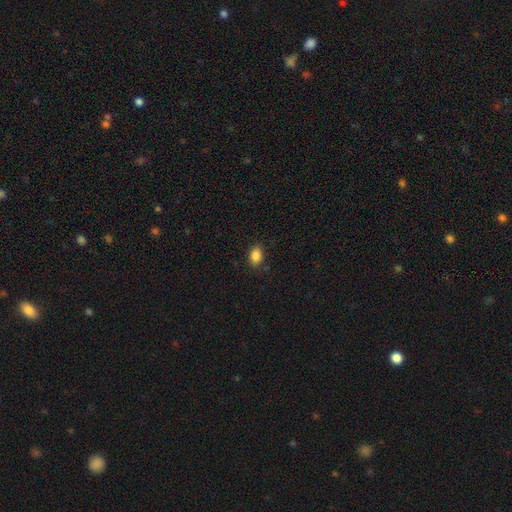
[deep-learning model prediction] Q: Smooth or featured?
A: smooth (87%); runner-up: star or artifact (9%)
Q: How rounded?
A: in between (78%); runner-up: round (20%)
Q: Merging?
A: none (85%); runner-up: minor disturbance (11%)